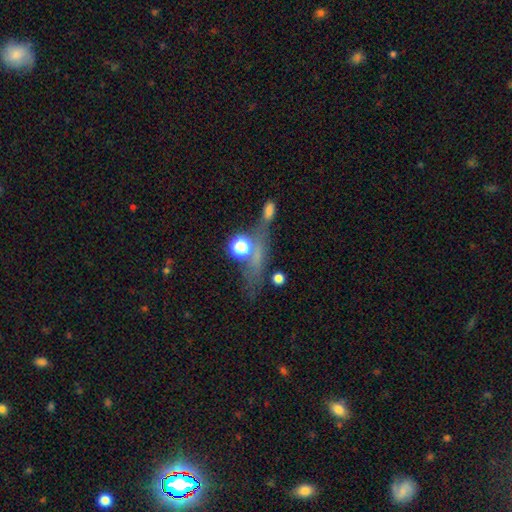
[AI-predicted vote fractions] Smooth or featured: smooth — 37% (star or artifact — 36%)
Merging: none — 53% (merger — 19%)